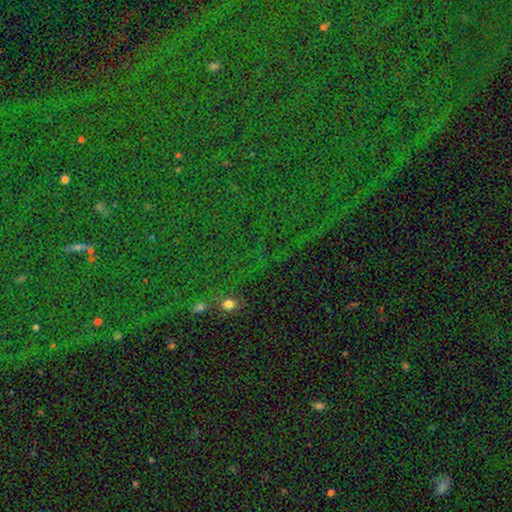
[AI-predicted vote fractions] Morphology: type=star or artifact (85%).